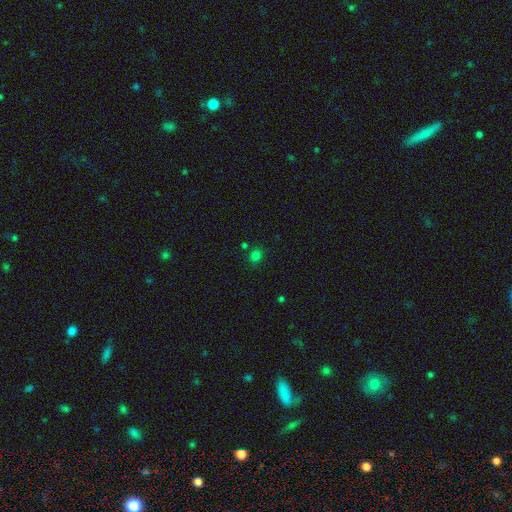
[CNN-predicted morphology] A smooth galaxy with no disk features (73%) that is round (70%). Merging: none (77%).